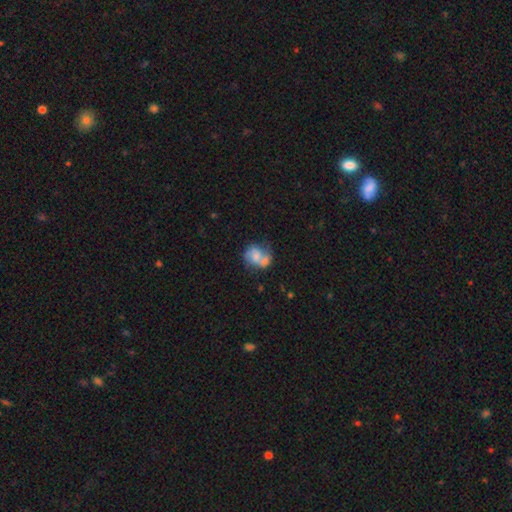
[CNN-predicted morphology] Smooth or featured?
  - featured or disk: 46% *
  - smooth: 45%
  - star or artifact: 8%
Merging?
  - merger: 49% *
  - none: 28%
  - minor disturbance: 14%
  - major disturbance: 8%